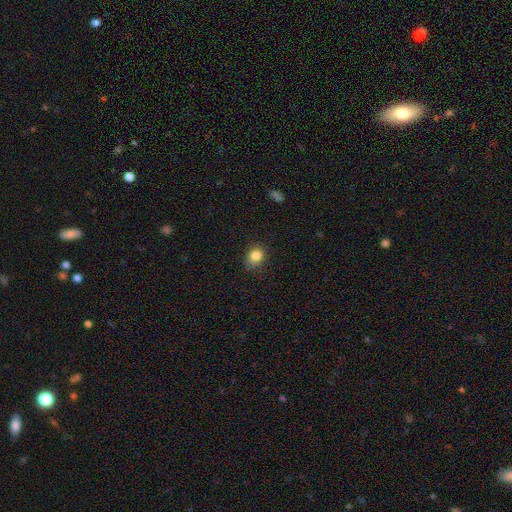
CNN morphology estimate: Smooth or featured? smooth (83%)
How rounded? round (53%)
Merging? none (84%)